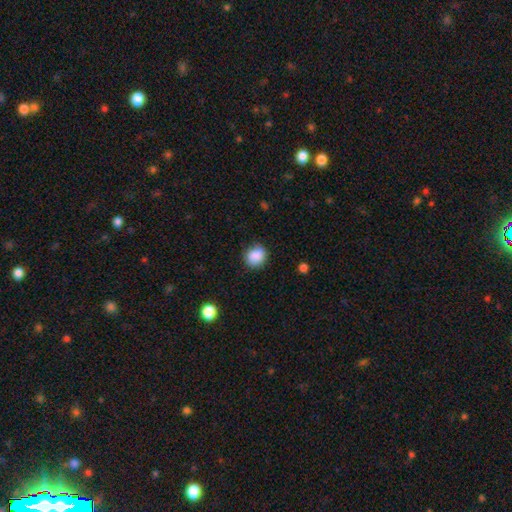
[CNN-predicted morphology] type=smooth (88%); roundness=round (76%); merging=none (83%).